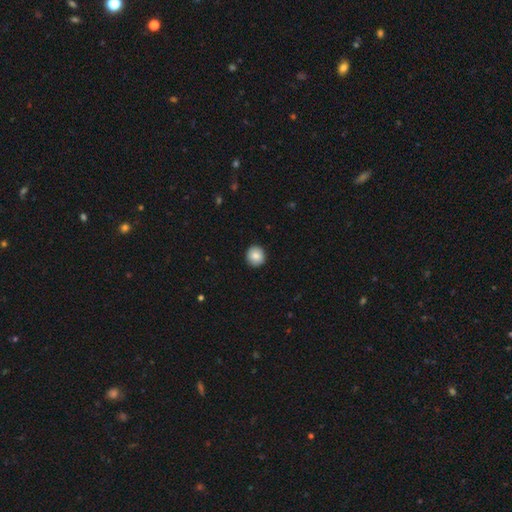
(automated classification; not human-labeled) smooth 85%, star or artifact 8%, featured or disk 8%. Down the decision tree: how rounded — round (92%); merging — none (92%).